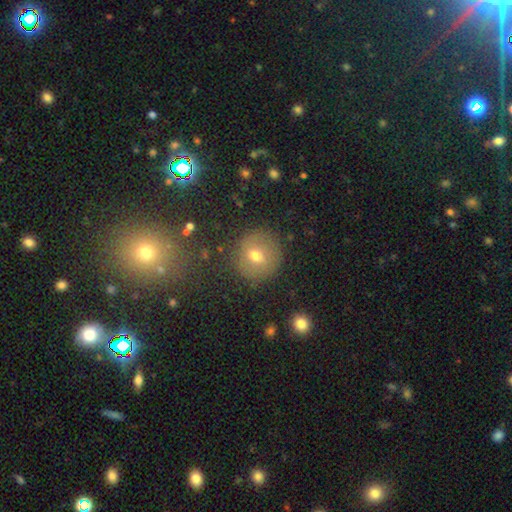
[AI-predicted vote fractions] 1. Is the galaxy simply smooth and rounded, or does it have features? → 63% smooth, 22% featured or disk, 15% star or artifact.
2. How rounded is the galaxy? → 90% round, 9% in between, 1% cigar-shaped.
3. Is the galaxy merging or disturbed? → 83% none, 10% minor disturbance, 4% major disturbance, 2% merger.